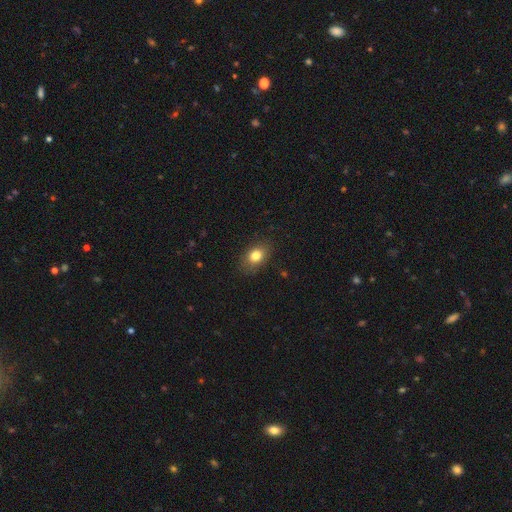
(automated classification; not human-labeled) Smooth or featured: smooth — 81% (featured or disk — 10%)
How rounded: in between — 75% (round — 23%)
Merging: none — 83% (minor disturbance — 13%)